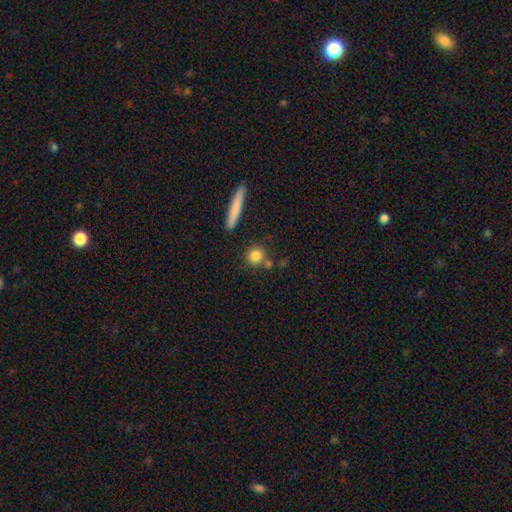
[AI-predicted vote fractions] The model was most divided on "merging": none: 73%, merger: 14%, minor disturbance: 10%, major disturbance: 3%. More confident: how rounded — round (83%); smooth or featured — smooth (83%).